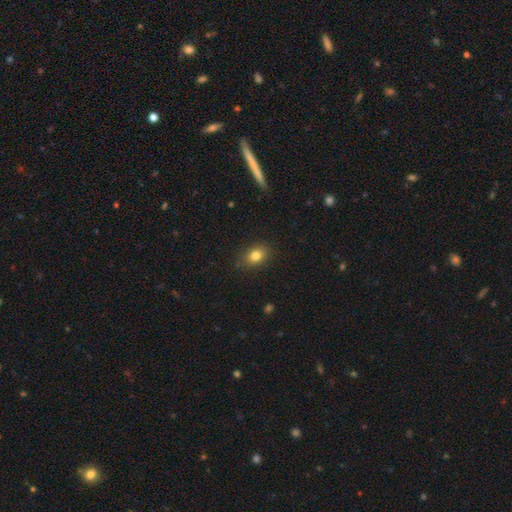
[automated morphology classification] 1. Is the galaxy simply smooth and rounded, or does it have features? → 81% smooth, 10% star or artifact, 8% featured or disk.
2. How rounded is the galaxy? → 71% in between, 27% round, 1% cigar-shaped.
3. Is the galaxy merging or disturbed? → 85% none, 11% minor disturbance, 3% major disturbance, 1% merger.